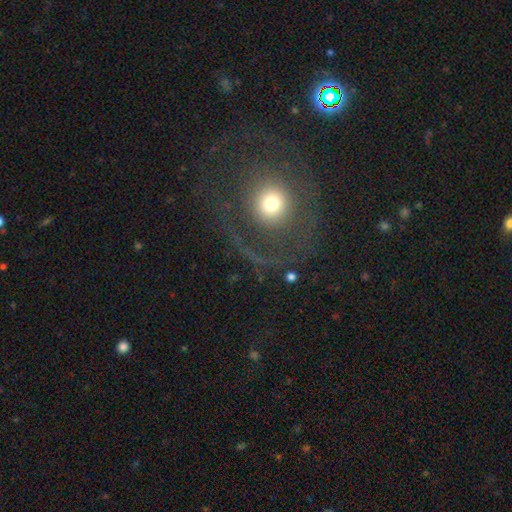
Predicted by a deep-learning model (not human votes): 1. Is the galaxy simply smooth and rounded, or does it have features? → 43% featured or disk, 40% smooth, 17% star or artifact.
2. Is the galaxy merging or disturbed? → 67% none, 18% major disturbance, 13% minor disturbance, 2% merger.